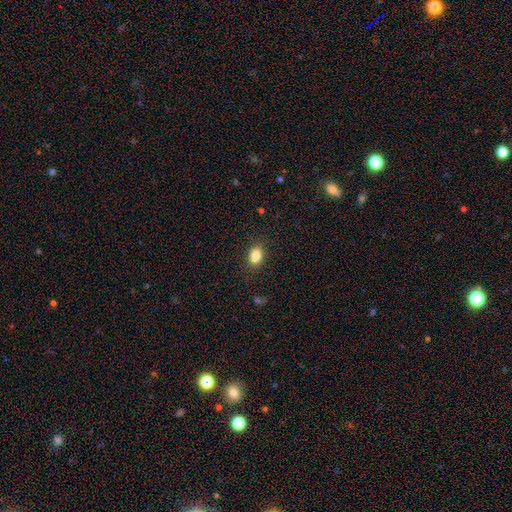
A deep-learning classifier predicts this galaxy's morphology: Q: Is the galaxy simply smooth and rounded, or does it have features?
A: smooth — 84%.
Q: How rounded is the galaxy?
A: in between — 81%.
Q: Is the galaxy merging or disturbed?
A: none — 87%.